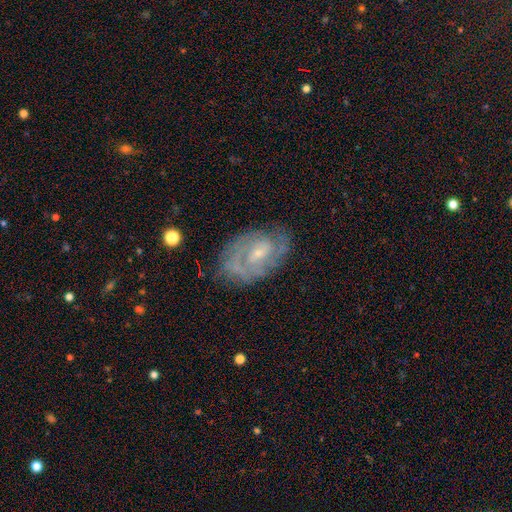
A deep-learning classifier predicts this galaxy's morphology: type=featured or disk (72%); edge-on=no (96%); bar=weak (47%); spiral arms=yes (86%); winding=tight (50%); arm count=2 (47%); bulge=small (57%); merging=none (70%).